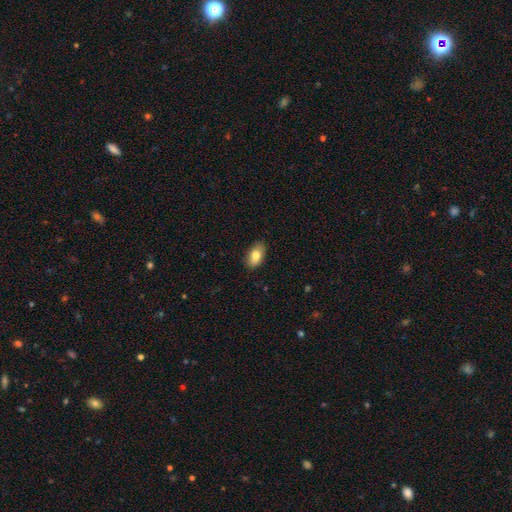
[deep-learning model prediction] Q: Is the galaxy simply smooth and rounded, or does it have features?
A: smooth — 80%.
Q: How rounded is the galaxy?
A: in between — 91%.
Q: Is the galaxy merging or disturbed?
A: none — 87%.